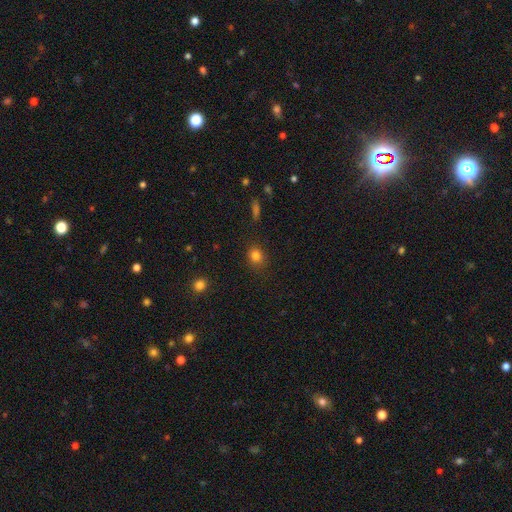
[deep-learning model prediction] Smooth or featured? smooth (81%)
How rounded? round (70%)
Merging? none (83%)